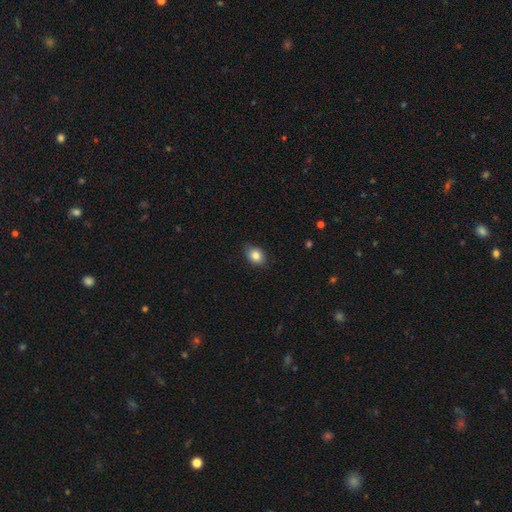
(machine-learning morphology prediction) Smooth or featured? Predicted: smooth (p=0.83). How rounded? Predicted: in between (p=0.70). Merging? Predicted: none (p=0.84).